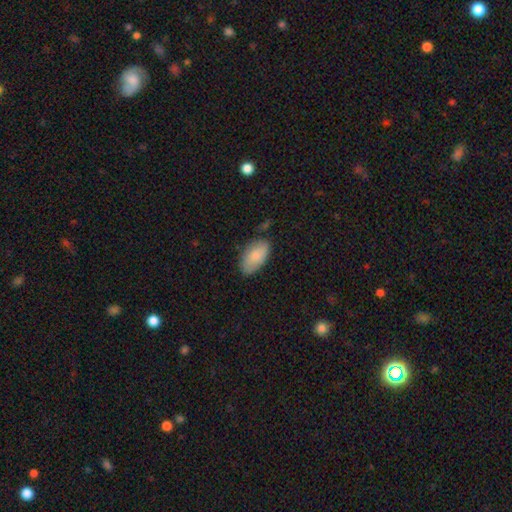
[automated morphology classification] A smooth galaxy with no disk features (84%) that is in between round and cigar-shaped (95%).

Vote fractions:
- Smooth or featured? smooth: 84% / featured or disk: 10% / star or artifact: 6%
- How rounded? in between: 95% / round: 3% / cigar-shaped: 2%
- Merging? none: 75% / minor disturbance: 19% / major disturbance: 4% / merger: 2%